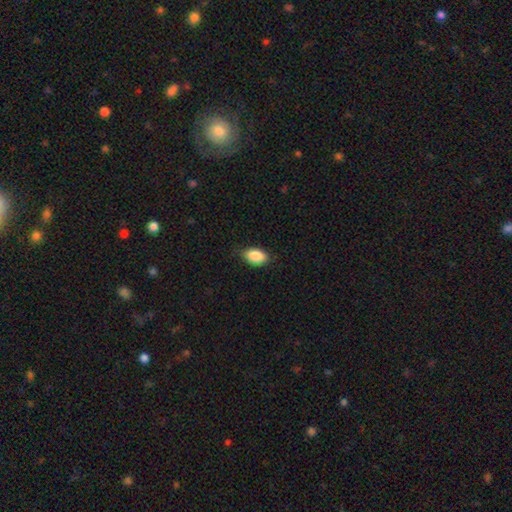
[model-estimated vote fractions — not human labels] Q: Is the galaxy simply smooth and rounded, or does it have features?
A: smooth — 88%.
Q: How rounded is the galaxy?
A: in between — 92%.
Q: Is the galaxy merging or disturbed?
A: none — 79%.